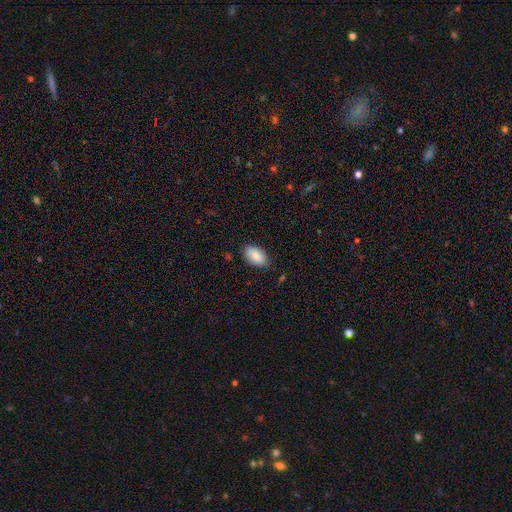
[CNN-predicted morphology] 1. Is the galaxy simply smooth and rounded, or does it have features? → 88% smooth, 6% star or artifact, 6% featured or disk.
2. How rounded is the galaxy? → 94% in between, 5% round, 1% cigar-shaped.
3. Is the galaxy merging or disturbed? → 83% none, 13% minor disturbance, 3% major disturbance, 1% merger.